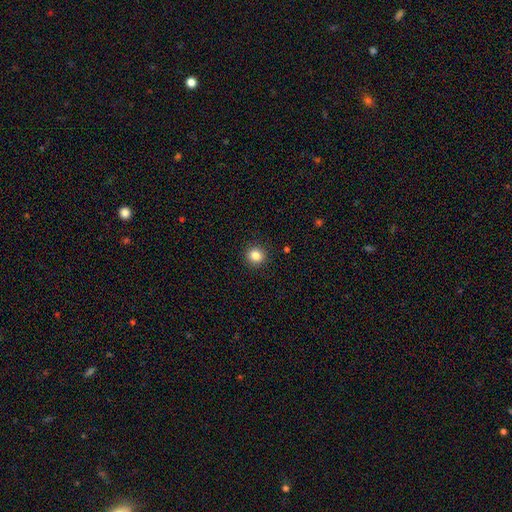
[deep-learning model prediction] The model was most divided on "smooth or featured": smooth: 85%, star or artifact: 11%, featured or disk: 5%. More confident: merging — none (92%); how rounded — round (92%).